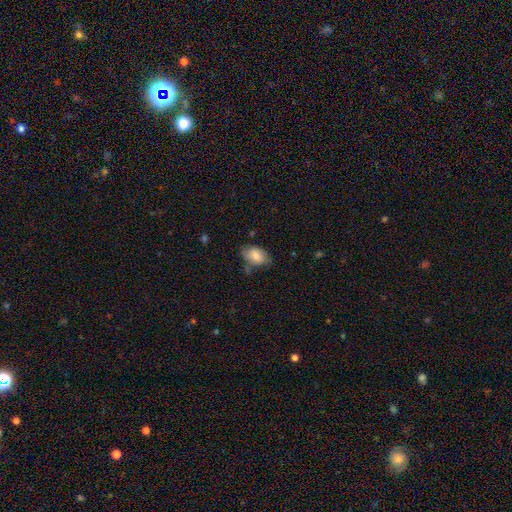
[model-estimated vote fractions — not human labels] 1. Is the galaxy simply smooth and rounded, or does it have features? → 76% smooth, 17% featured or disk, 7% star or artifact.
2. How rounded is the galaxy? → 88% in between, 10% round, 1% cigar-shaped.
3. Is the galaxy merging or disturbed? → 58% none, 29% minor disturbance, 8% major disturbance, 5% merger.